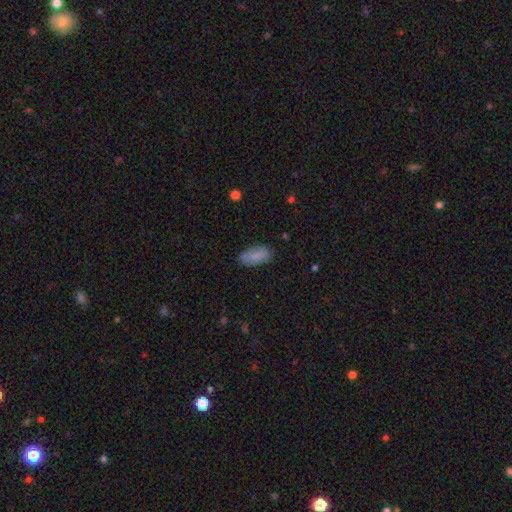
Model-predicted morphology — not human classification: type=smooth (82%); roundness=in between (92%); merging=none (81%).